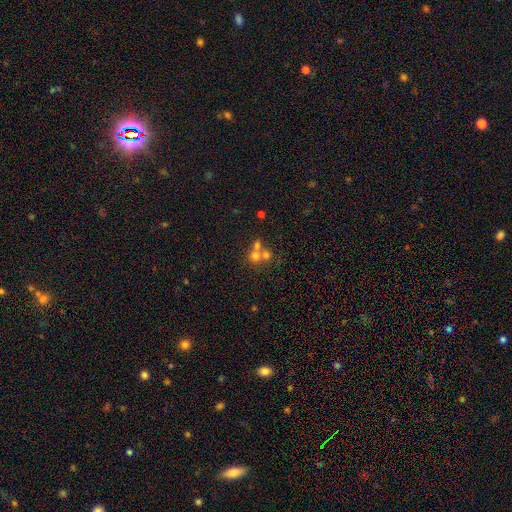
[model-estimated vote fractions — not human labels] Morphology: type=smooth (61%); roundness=round (85%); merging=merger (54%).